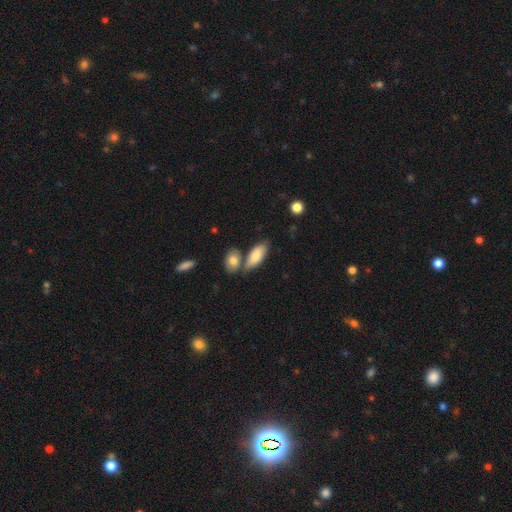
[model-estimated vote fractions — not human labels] Overall: smooth (79%). How rounded: in between (80%). Merging: none (56%; merger 26%).